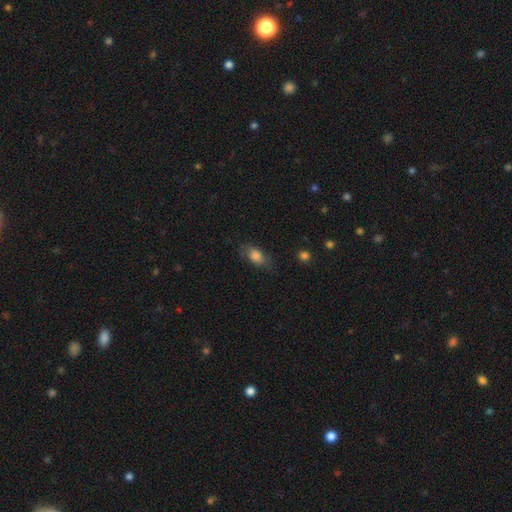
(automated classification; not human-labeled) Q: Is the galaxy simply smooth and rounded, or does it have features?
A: smooth — 78%.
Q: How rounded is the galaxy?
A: in between — 84%.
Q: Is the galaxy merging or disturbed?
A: none — 70%.